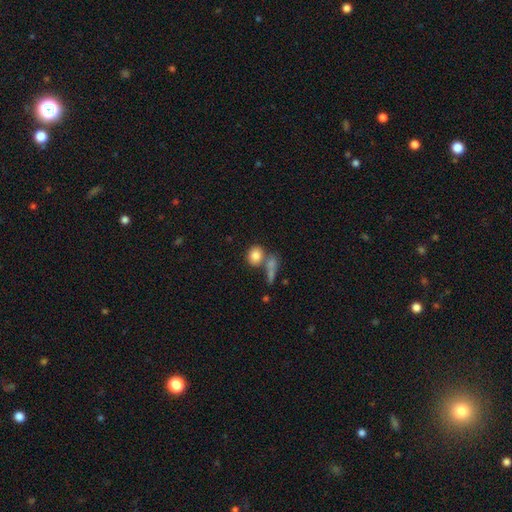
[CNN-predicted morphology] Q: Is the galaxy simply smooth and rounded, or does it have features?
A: smooth — 82%.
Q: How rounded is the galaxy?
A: round — 63%.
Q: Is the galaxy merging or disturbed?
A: none — 55%.